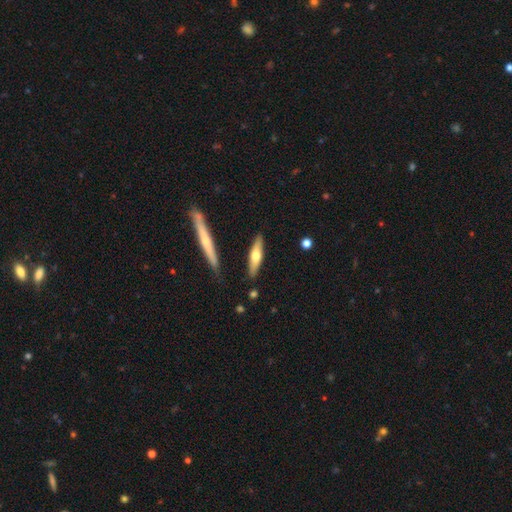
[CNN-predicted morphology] This appears to be a smooth galaxy with no disk features (50%). Merging: none (84%).